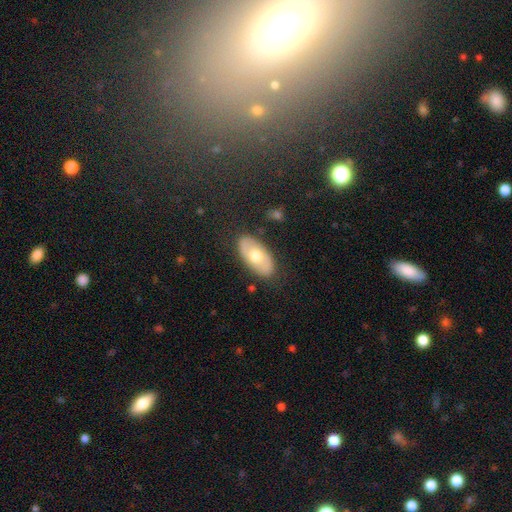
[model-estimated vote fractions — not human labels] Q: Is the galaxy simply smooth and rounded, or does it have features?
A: smooth — 57%.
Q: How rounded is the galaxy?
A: in between — 94%.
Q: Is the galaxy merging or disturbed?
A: none — 84%.